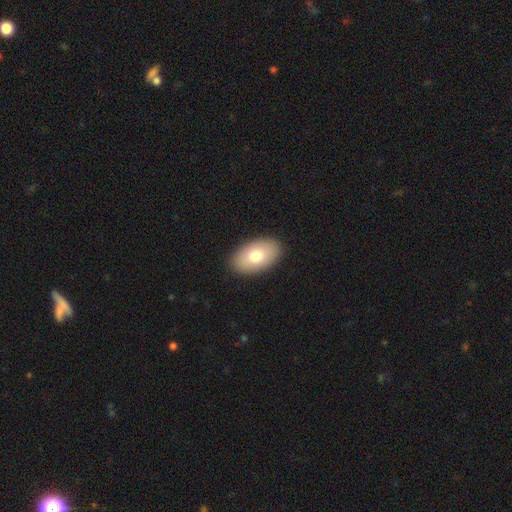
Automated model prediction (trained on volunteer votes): This is likely a smooth galaxy (74%). How rounded: clearly in between (93%). Merging: clearly none (89%).